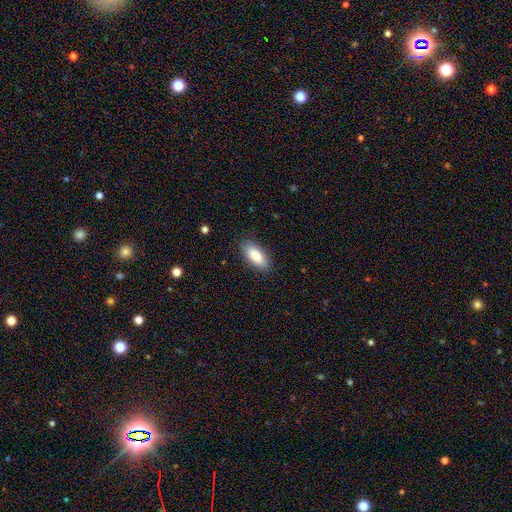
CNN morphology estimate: Overall: smooth (88%). How rounded: in between (89%). Merging: none (86%).